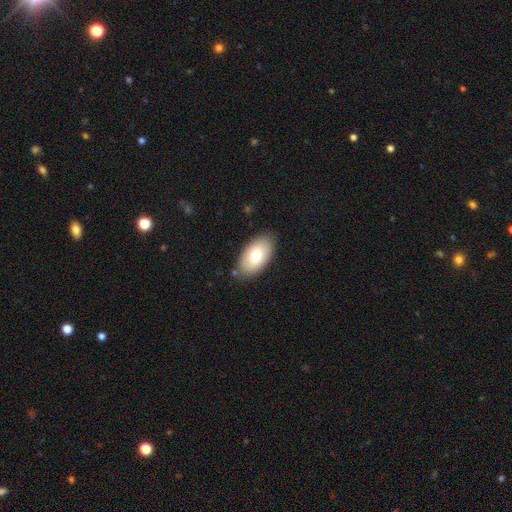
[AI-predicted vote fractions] A smooth galaxy with no disk features (74%) that is in between round and cigar-shaped (95%).

Vote fractions:
- Smooth or featured? smooth: 74% / featured or disk: 19% / star or artifact: 7%
- How rounded? in between: 95% / round: 4% / cigar-shaped: 2%
- Merging? none: 84% / minor disturbance: 12% / major disturbance: 3% / merger: 2%